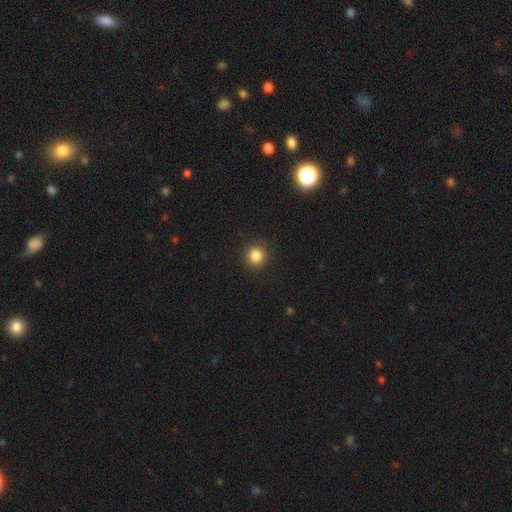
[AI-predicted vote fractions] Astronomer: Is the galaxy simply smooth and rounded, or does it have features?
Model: smooth — 85%.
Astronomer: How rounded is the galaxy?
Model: round — 93%.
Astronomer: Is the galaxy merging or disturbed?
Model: none — 90%.